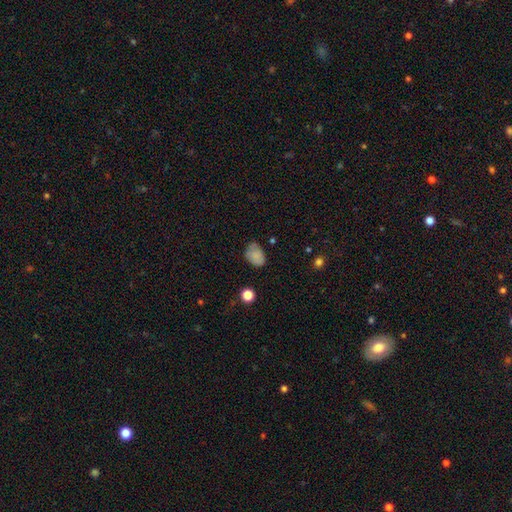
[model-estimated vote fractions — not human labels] Smooth or featured? Predicted: smooth (p=0.81). How rounded? Predicted: in between (p=0.75). Merging? Predicted: none (p=0.62).